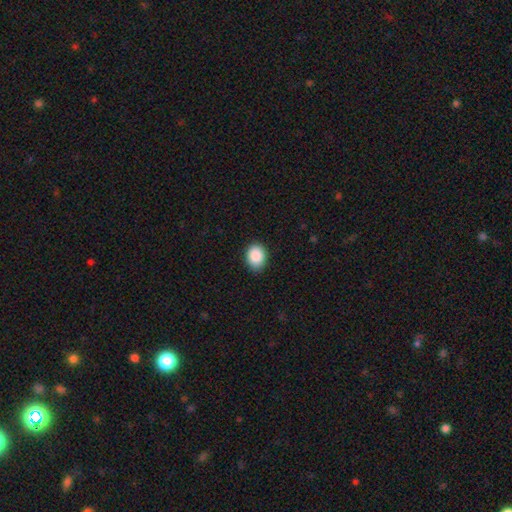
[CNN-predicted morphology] type=smooth (89%); roundness=in between (61%); merging=none (85%).